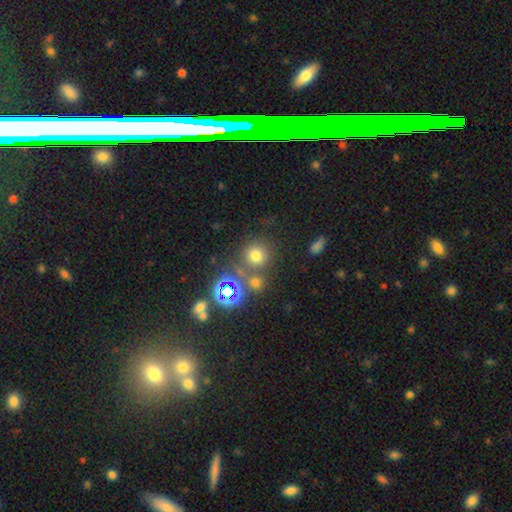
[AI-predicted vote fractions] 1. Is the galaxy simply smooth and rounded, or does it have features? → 66% smooth, 25% star or artifact, 9% featured or disk.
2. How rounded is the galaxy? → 89% round, 10% in between, 1% cigar-shaped.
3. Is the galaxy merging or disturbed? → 68% none, 17% merger, 10% minor disturbance, 5% major disturbance.